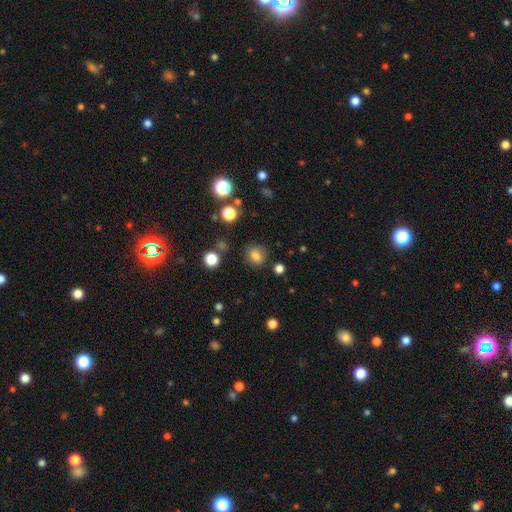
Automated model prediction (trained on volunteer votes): A smooth galaxy with no disk features (80%) that is round (69%). Merging: none (78%).